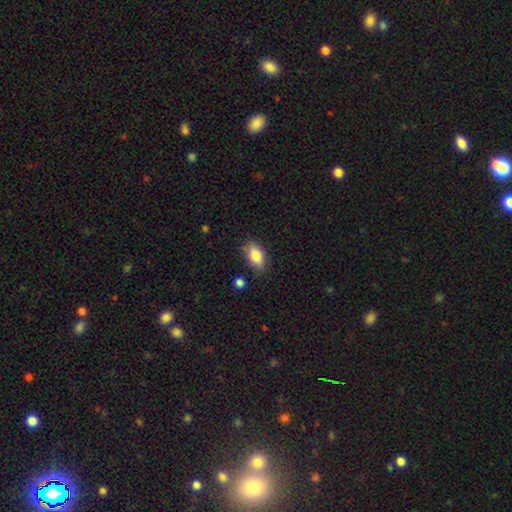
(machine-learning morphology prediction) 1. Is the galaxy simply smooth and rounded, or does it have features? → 83% smooth, 9% featured or disk, 7% star or artifact.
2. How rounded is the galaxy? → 89% in between, 6% round, 4% cigar-shaped.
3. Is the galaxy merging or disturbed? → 79% none, 15% minor disturbance, 3% major disturbance, 3% merger.